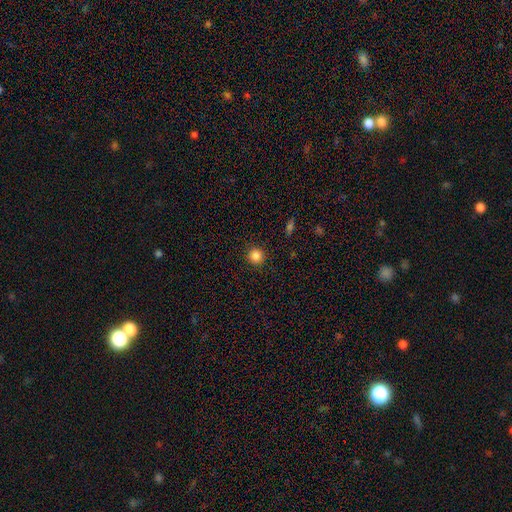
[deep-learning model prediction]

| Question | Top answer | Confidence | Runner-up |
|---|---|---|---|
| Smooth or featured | smooth | 85% | star or artifact (11%) |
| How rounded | round | 94% | in between (6%) |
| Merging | none | 92% | minor disturbance (5%) |